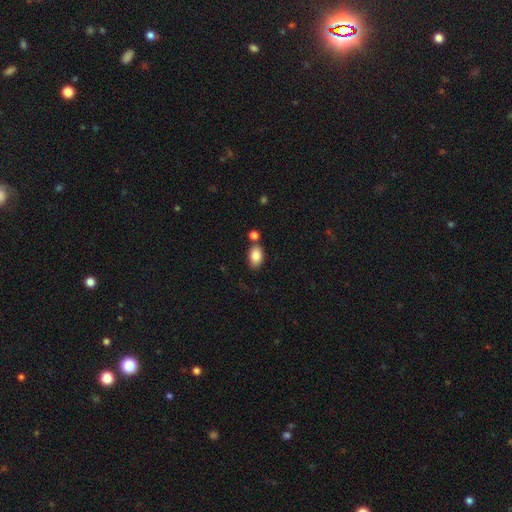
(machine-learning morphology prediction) The model was most divided on "merging": none: 69%, merger: 15%, minor disturbance: 12%, major disturbance: 3%. More confident: how rounded — in between (87%); smooth or featured — smooth (84%).